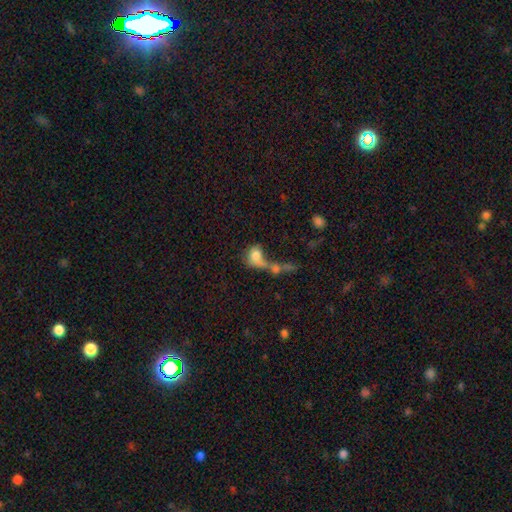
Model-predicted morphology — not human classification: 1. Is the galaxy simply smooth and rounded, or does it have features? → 70% smooth, 19% featured or disk, 10% star or artifact.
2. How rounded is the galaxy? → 49% in between, 47% round, 4% cigar-shaped.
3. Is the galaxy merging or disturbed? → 56% merger, 18% major disturbance, 17% none, 8% minor disturbance.